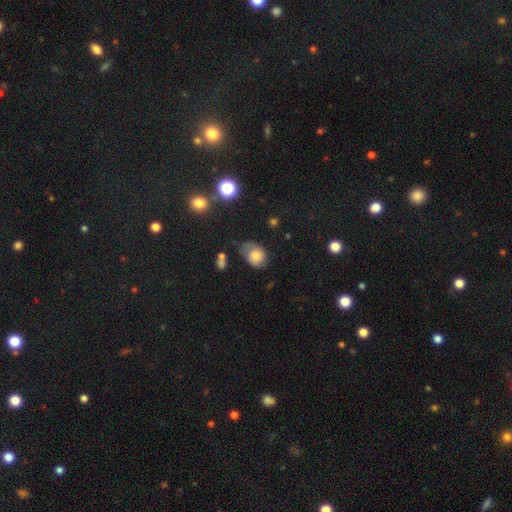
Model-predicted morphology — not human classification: A smooth galaxy with no disk features (64%) that is in between round and cigar-shaped (51%).

Vote fractions:
- Smooth or featured? smooth: 64% / featured or disk: 26% / star or artifact: 10%
- How rounded? in between: 51% / round: 48% / cigar-shaped: 1%
- Merging? none: 40% / minor disturbance: 33% / major disturbance: 22% / merger: 4%